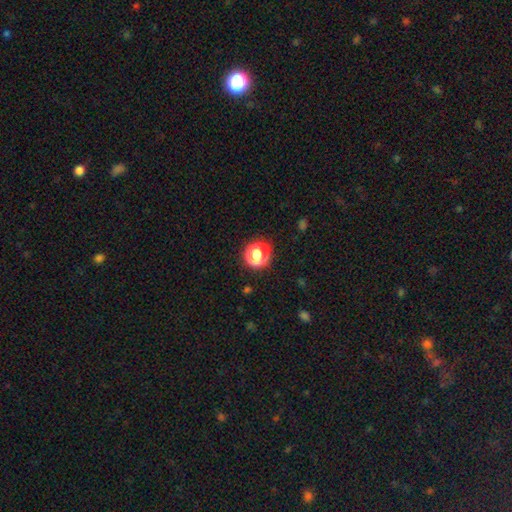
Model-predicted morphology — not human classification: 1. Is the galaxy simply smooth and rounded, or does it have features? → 81% smooth, 14% star or artifact, 5% featured or disk.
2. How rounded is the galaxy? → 86% round, 13% in between, 1% cigar-shaped.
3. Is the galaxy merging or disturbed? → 86% none, 9% minor disturbance, 3% major disturbance, 2% merger.